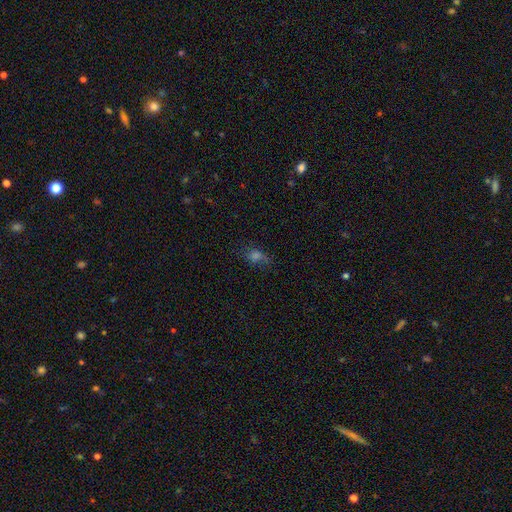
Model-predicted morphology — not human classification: Smooth or featured?
  - smooth: 50% *
  - star or artifact: 30%
  - featured or disk: 19%
How rounded?
  - in between: 61% *
  - round: 33%
  - cigar-shaped: 7%
Merging?
  - none: 56% *
  - minor disturbance: 23%
  - major disturbance: 17%
  - merger: 4%